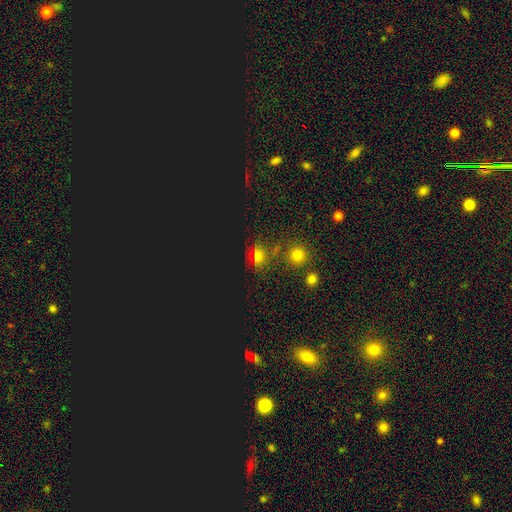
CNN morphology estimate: The model was most divided on "smooth or featured": star or artifact: 57%, smooth: 32%, featured or disk: 10%.